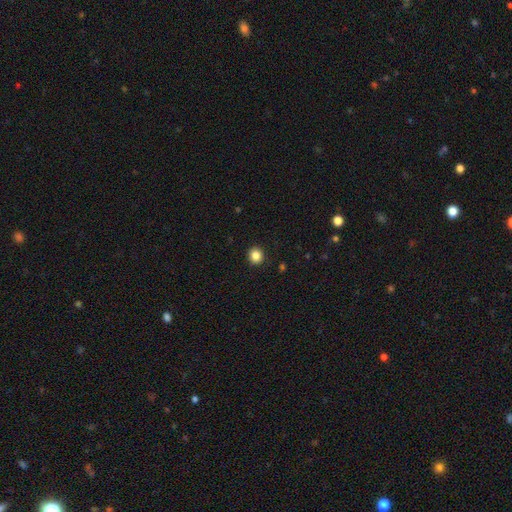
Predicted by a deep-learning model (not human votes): smooth_or_featured: smooth (p=0.85) [alt: star or artifact p=0.11]
how_rounded: round (p=0.89) [alt: in between p=0.10]
merging: none (p=0.92) [alt: minor disturbance p=0.05]